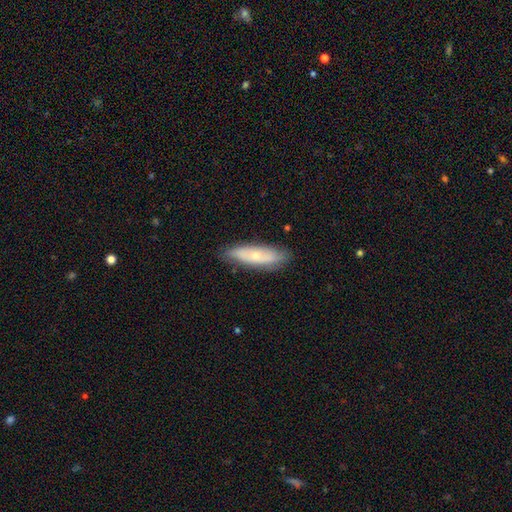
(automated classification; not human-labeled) Q: Smooth or featured?
A: smooth (48%); runner-up: featured or disk (46%)
Q: Merging?
A: none (80%); runner-up: minor disturbance (16%)